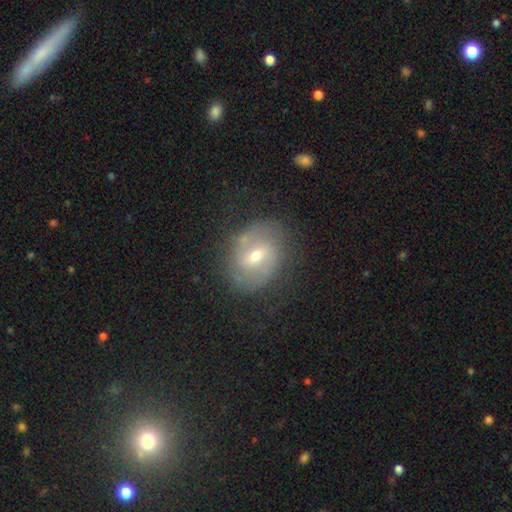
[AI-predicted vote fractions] Smooth or featured?
  - featured or disk: 64% *
  - smooth: 27%
  - star or artifact: 9%
Edge-on disk?
  - no: 95% *
  - yes: 5%
Bar?
  - weak: 55% *
  - no: 23%
  - strong: 23%
Spiral arms?
  - yes: 76% *
  - no: 24%
Bulge size?
  - moderate: 57% *
  - small: 37%
  - large: 3%
  - none: 1%
  - dominant: 1%
Merging?
  - none: 73% *
  - minor disturbance: 17%
  - major disturbance: 7%
  - merger: 3%